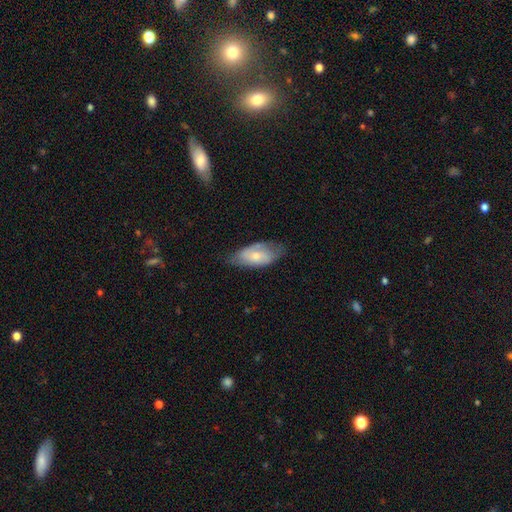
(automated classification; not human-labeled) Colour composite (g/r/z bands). It shows a smooth galaxy with no disk features (58%) that is in between round and cigar-shaped (91%). Merging: none (55%).